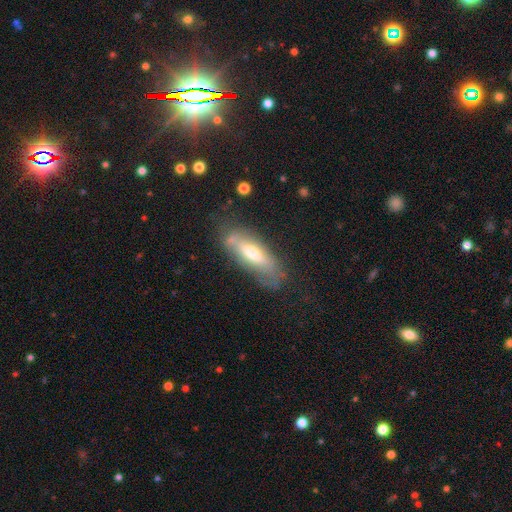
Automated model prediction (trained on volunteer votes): The model was most divided on "smooth or featured": smooth: 54%, featured or disk: 39%, star or artifact: 7%. More confident: merging — none (58%); how rounded — in between (57%).